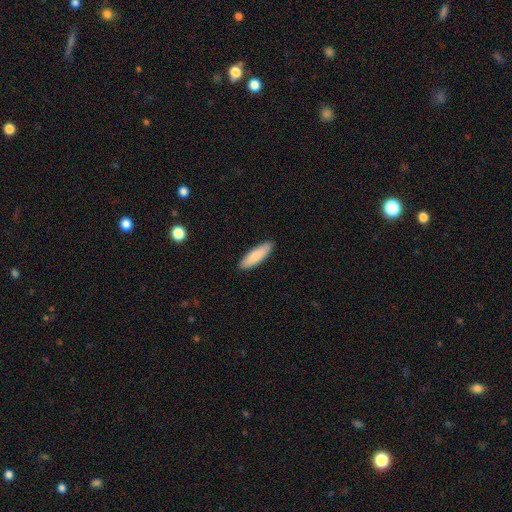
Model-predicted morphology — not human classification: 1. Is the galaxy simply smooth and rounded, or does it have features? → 86% smooth, 9% featured or disk, 5% star or artifact.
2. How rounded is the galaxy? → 59% cigar-shaped, 39% in between, 1% round.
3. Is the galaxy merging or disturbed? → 89% none, 9% minor disturbance, 2% major disturbance, 1% merger.